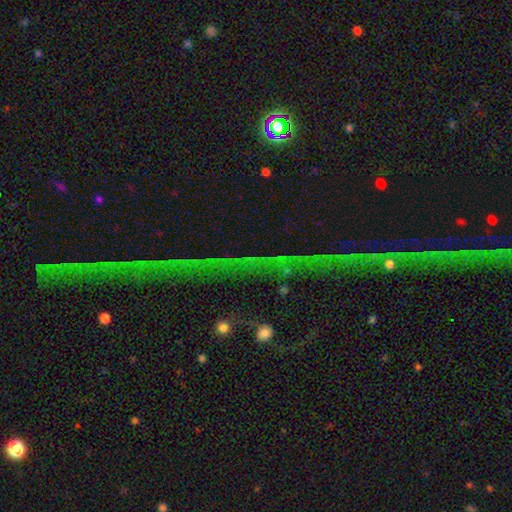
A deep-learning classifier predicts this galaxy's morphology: Smooth or featured? Predicted: star or artifact (p=0.70).